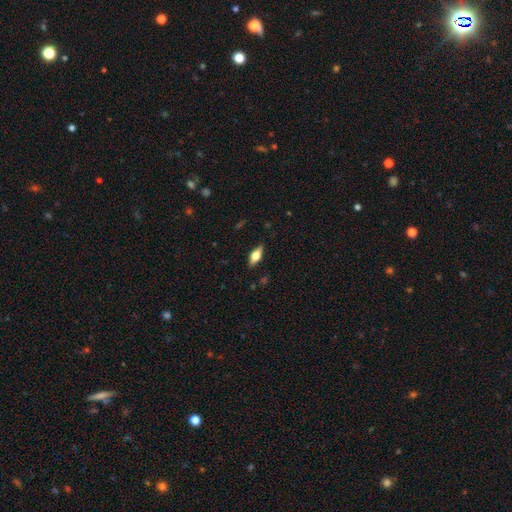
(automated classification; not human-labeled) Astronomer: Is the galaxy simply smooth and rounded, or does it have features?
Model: smooth — 54% (runner-up: featured or disk, 39%).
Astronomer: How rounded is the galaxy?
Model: in between — 76%.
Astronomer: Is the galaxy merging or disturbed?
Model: none — 86%.